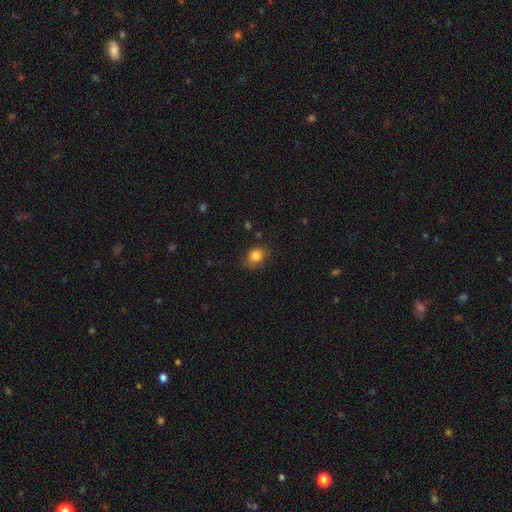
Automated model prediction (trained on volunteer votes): Smooth or featured? Predicted: smooth (p=0.83). How rounded? Predicted: round (p=0.57). Merging? Predicted: none (p=0.77).